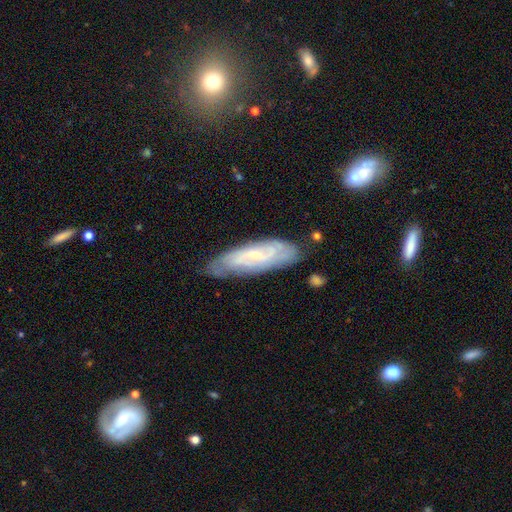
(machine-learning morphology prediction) A featured or disk galaxy (67%) with no bar (51%), spiral arms (84%) and a small central bulge (72%).

Vote fractions:
- Smooth or featured? featured or disk: 67% / smooth: 26% / star or artifact: 7%
- Edge-on disk? no: 79% / yes: 21%
- Bar? no: 51% / weak: 38% / strong: 11%
- Spiral arms? yes: 84% / no: 16%
- Bulge size? small: 72% / moderate: 21% / none: 5% / large: 1% / dominant: 1%
- Merging? none: 73% / minor disturbance: 20% / major disturbance: 5% / merger: 2%